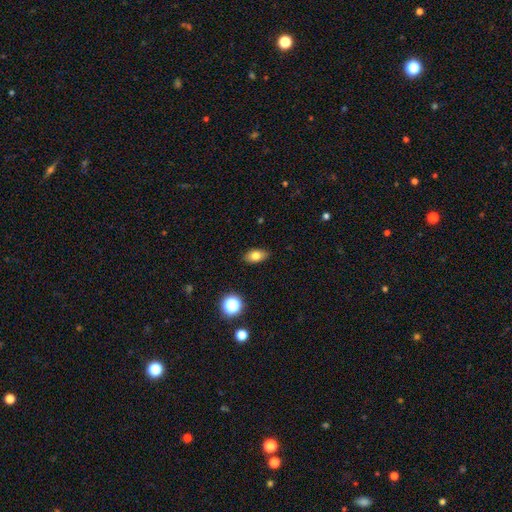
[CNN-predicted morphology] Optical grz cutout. It shows a smooth galaxy with no disk features (77%) that is in between round and cigar-shaped (86%). Merging: none (86%).